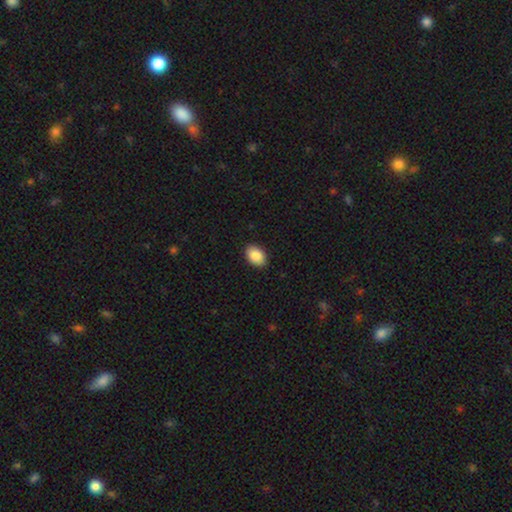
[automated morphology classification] type=smooth (89%); roundness=in between (86%); merging=none (90%).